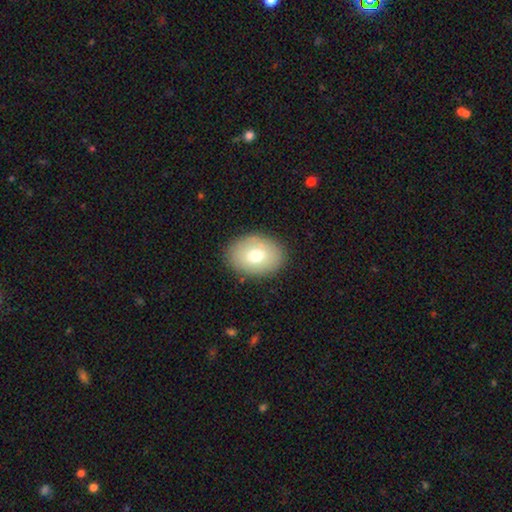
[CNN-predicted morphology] Smooth or featured?
  - smooth: 72% *
  - featured or disk: 19%
  - star or artifact: 8%
How rounded?
  - in between: 72% *
  - round: 27%
  - cigar-shaped: 1%
Merging?
  - none: 87% *
  - minor disturbance: 9%
  - major disturbance: 3%
  - merger: 1%